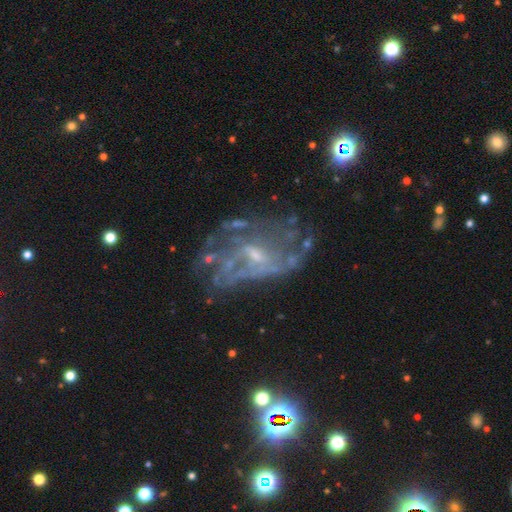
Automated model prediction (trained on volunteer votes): A featured or disk galaxy (72%) with no bar (55%), spiral arms (64%) and a small central bulge (62%).

Vote fractions:
- Smooth or featured? featured or disk: 72% / star or artifact: 18% / smooth: 11%
- Edge-on disk? no: 96% / yes: 4%
- Bar? no: 55% / weak: 37% / strong: 8%
- Spiral arms? yes: 64% / no: 36%
- Bulge size? small: 62% / moderate: 24% / none: 12% / large: 1% / dominant: 1%
- Merging? none: 52% / major disturbance: 24% / minor disturbance: 20% / merger: 5%